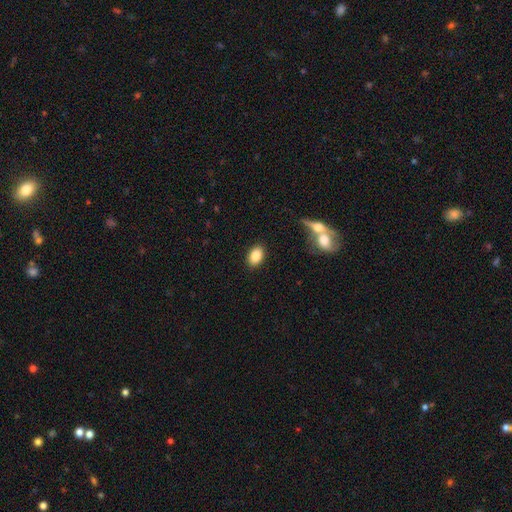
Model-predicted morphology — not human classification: smooth-or-featured: smooth: 84% | star or artifact: 8% | featured or disk: 8%
  how-rounded: in between: 86% | round: 13% | cigar-shaped: 2%
  merging: none: 88% | minor disturbance: 8% | major disturbance: 2% | merger: 2%